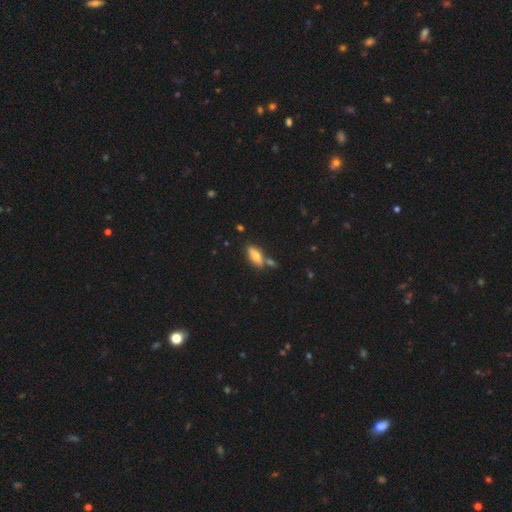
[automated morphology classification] A smooth galaxy with no disk features (75%) that is in between round and cigar-shaped (72%). Merging: none (68%).